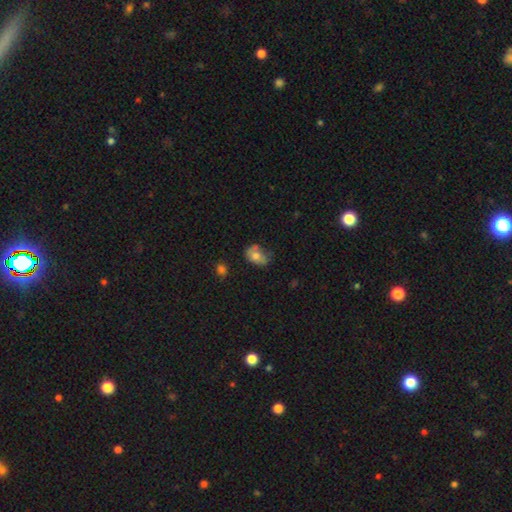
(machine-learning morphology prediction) This is likely a smooth galaxy (66%). How rounded: likely in between (76%). Merging: marginally none (43%).